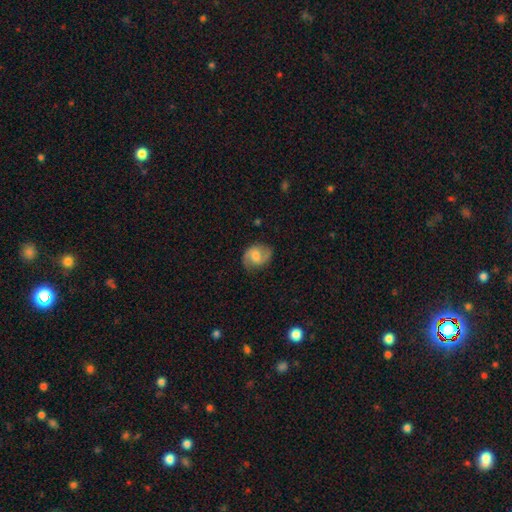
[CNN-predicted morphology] This is likely a featured or disk galaxy (64%). It is clearly not viewed edge-on (97%). Bar: possibly weak (52%). Spiral arm pattern: clearly yes (92%). Spiral arm count: clearly 2 (87%). Spiral winding: possibly medium (50%). Central bulge: marginally moderate (42%). Merging: likely none (75%).